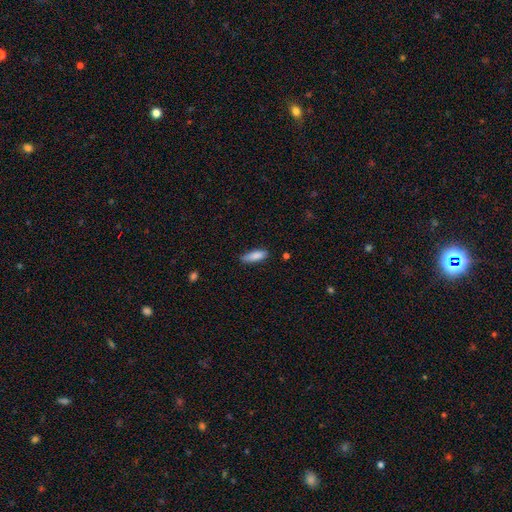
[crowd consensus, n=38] A smooth galaxy with no disk features (89%) that is cigar-shaped (59%). Merging: none (77%).